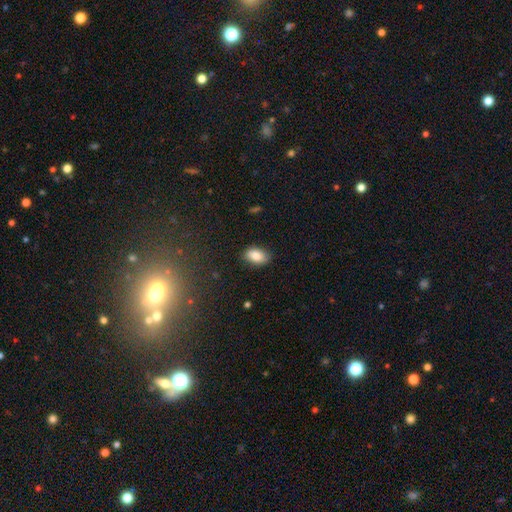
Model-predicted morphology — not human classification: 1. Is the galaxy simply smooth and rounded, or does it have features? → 84% smooth, 8% featured or disk, 8% star or artifact.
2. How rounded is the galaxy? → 90% in between, 8% round, 2% cigar-shaped.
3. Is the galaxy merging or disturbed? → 85% none, 11% minor disturbance, 2% major disturbance, 1% merger.